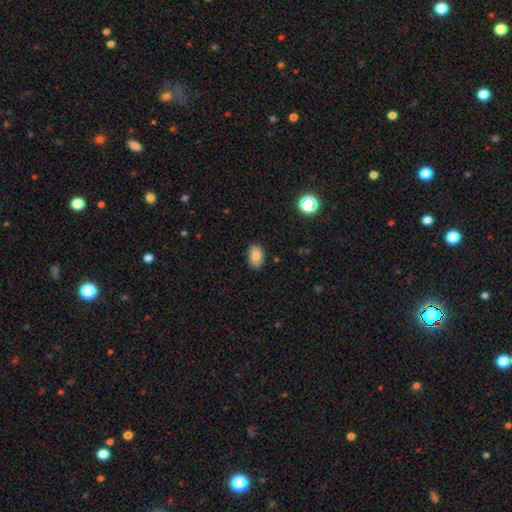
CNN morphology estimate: This appears to be a smooth galaxy with no disk features (86%) that is in between round and cigar-shaped (89%). Merging: none (83%).